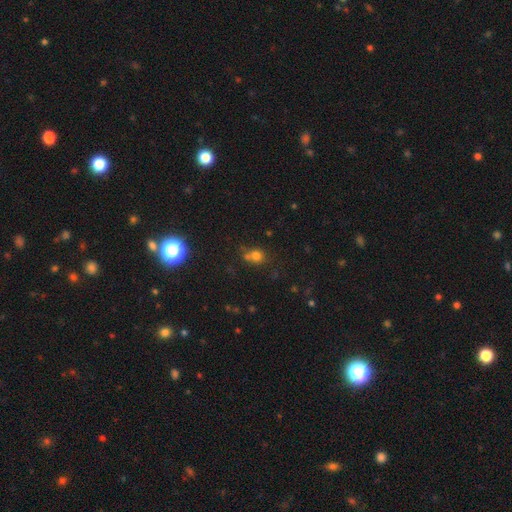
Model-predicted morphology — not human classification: This appears to be a smooth galaxy with no disk features (70%) that is round (78%). Merging: none (51%).